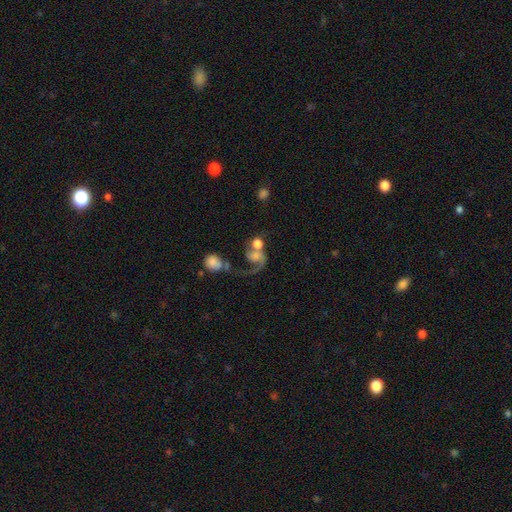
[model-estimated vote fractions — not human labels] Smooth or featured? featured or disk (59%)
Edge-on disk? no (98%)
Bar? no (72%)
Spiral arms? yes (83%)
Bulge size? moderate (33%)
Merging? merger (38%)